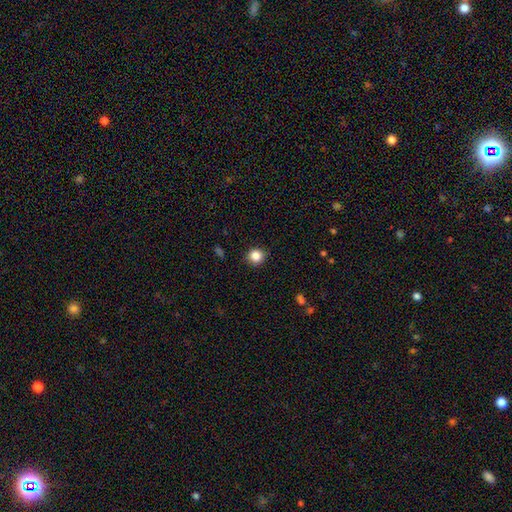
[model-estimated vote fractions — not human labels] smooth-or-featured: smooth: 85% | star or artifact: 11% | featured or disk: 5%
  how-rounded: round: 86% | in between: 13% | cigar-shaped: 1%
  merging: none: 89% | minor disturbance: 8% | major disturbance: 2% | merger: 1%